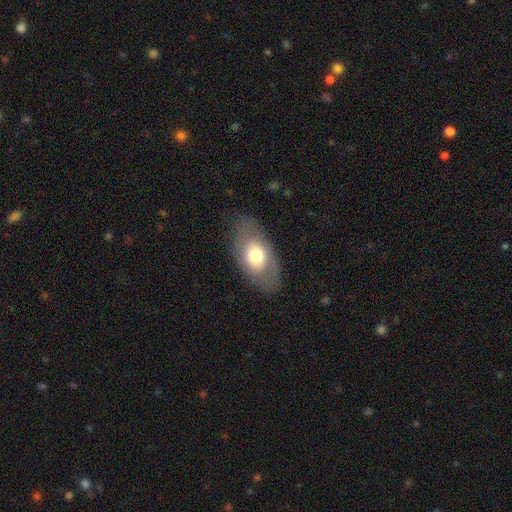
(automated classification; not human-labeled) Smooth or featured?
  - smooth: 66% *
  - featured or disk: 27%
  - star or artifact: 7%
How rounded?
  - in between: 89% *
  - round: 8%
  - cigar-shaped: 3%
Merging?
  - none: 77% *
  - minor disturbance: 15%
  - major disturbance: 7%
  - merger: 1%